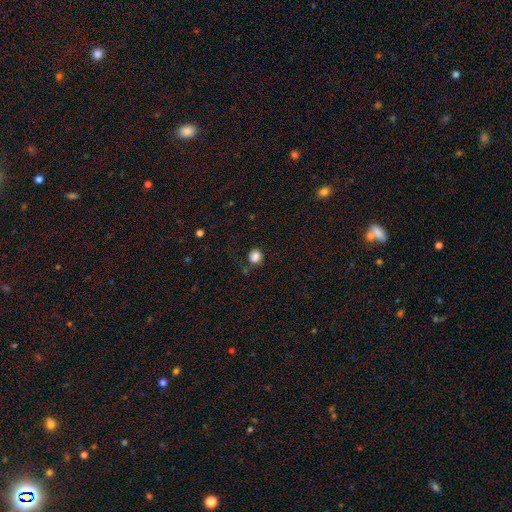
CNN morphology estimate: Smooth or featured: smooth — 84% (star or artifact — 11%)
How rounded: round — 82% (in between — 18%)
Merging: none — 81% (minor disturbance — 12%)